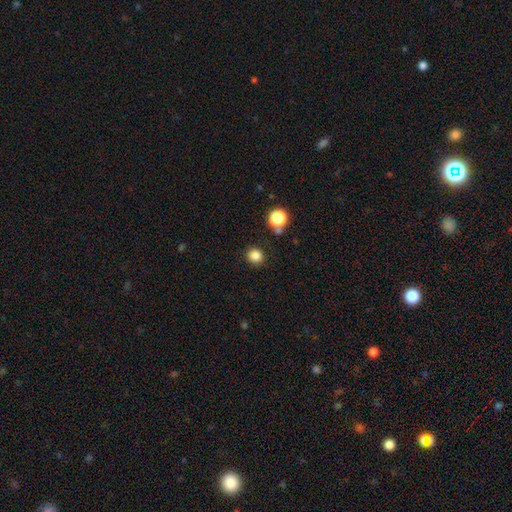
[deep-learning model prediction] Morphology: type=smooth (84%); roundness=round (88%); merging=none (87%).